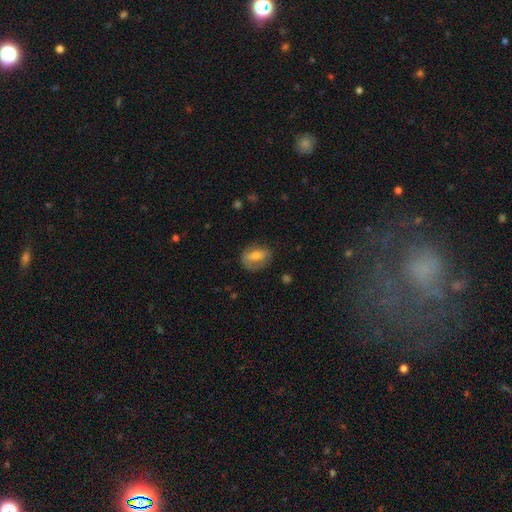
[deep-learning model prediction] Morphology: type=smooth (58%); roundness=in between (73%); merging=none (63%).